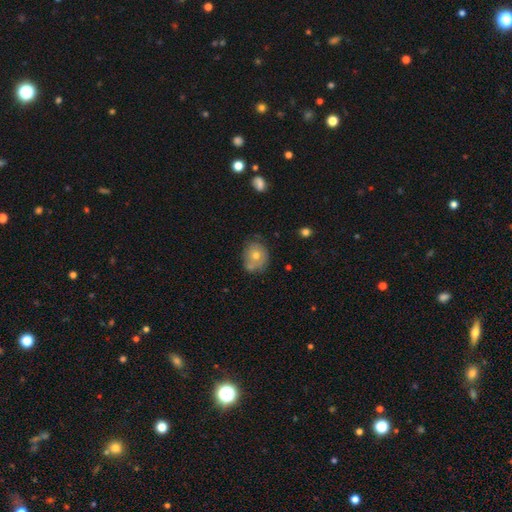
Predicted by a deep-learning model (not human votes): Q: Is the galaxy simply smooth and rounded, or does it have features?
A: smooth — 57%.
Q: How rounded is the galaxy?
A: round — 72%.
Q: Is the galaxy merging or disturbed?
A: none — 62%.